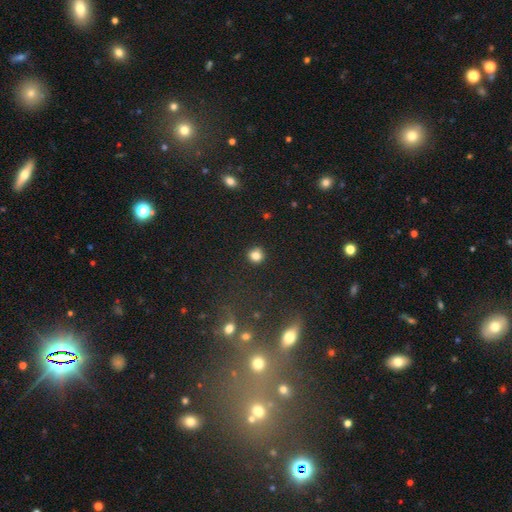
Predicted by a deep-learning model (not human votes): Overall: smooth (80%). How rounded: round (86%). Merging: none (85%).